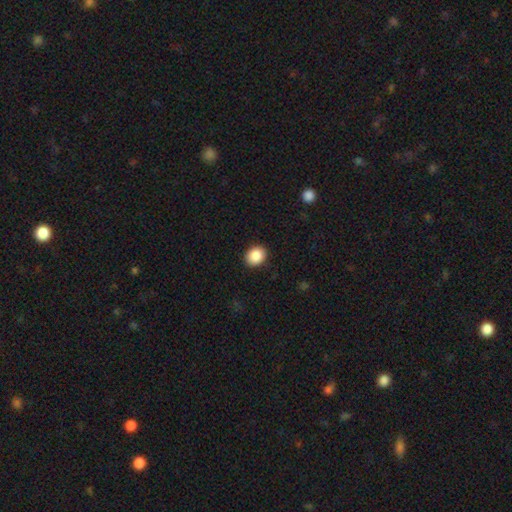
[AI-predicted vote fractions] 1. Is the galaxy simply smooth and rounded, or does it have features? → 89% smooth, 8% star or artifact, 3% featured or disk.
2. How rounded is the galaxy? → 53% round, 46% in between, 1% cigar-shaped.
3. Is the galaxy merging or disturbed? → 90% none, 7% minor disturbance, 2% major disturbance, 1% merger.